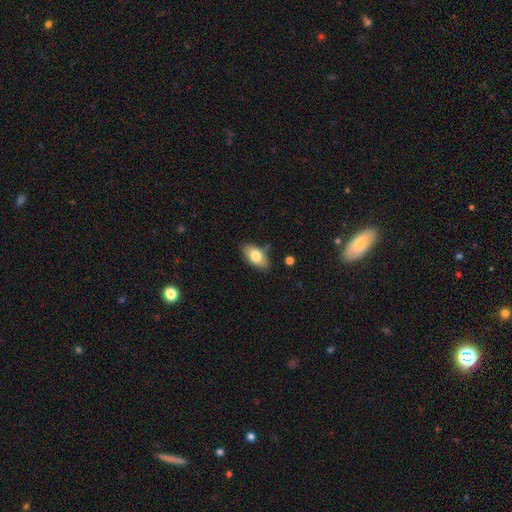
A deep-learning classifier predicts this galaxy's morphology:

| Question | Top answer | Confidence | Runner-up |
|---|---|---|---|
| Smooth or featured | smooth | 78% | featured or disk (15%) |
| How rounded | in between | 91% | cigar-shaped (5%) |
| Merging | none | 76% | minor disturbance (17%) |